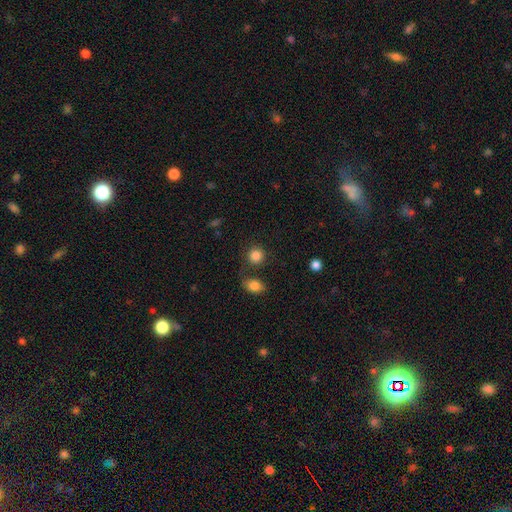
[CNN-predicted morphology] A smooth galaxy with no disk features (85%) that is round (88%). Merging: none (74%).